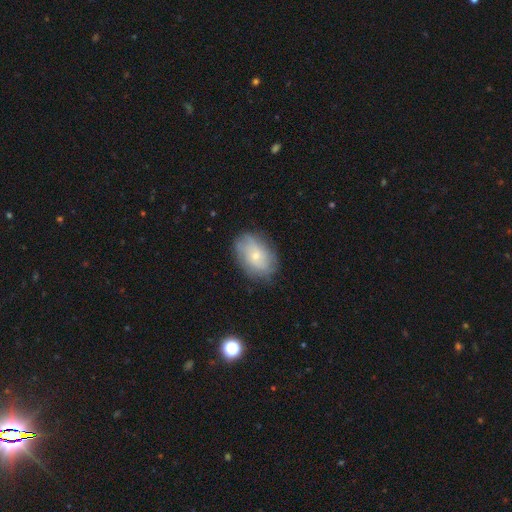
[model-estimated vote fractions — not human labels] A smooth galaxy with no disk features (48%).

Vote fractions:
- Smooth or featured? smooth: 48% / featured or disk: 44% / star or artifact: 8%
- Merging? none: 76% / minor disturbance: 17% / major disturbance: 5% / merger: 1%